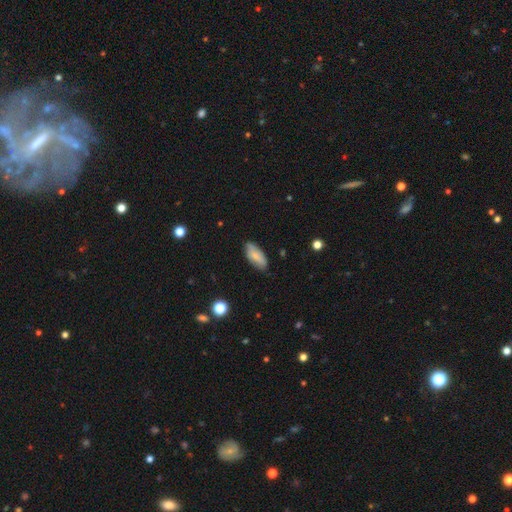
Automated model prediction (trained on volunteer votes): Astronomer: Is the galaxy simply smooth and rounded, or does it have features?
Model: smooth — 74%.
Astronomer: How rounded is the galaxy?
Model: in between — 87%.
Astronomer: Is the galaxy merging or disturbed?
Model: none — 74%.